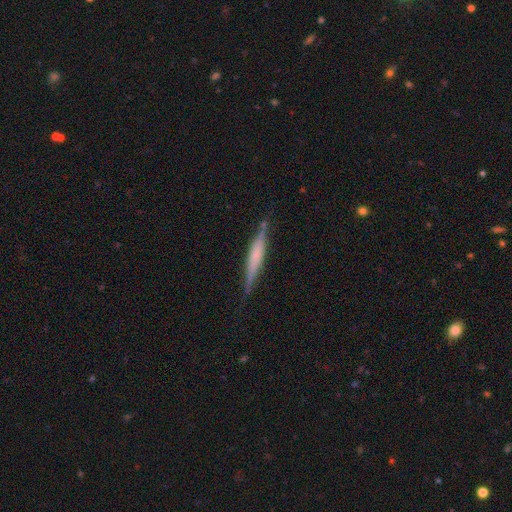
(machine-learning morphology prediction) smooth_or_featured: featured or disk (p=0.56) [alt: smooth p=0.38]
disk_edge_on: yes (p=0.97) [alt: no p=0.03]
edge_on_bulge: none (p=0.36) [alt: boxy p=0.32]
merging: none (p=0.83) [alt: minor disturbance p=0.13]